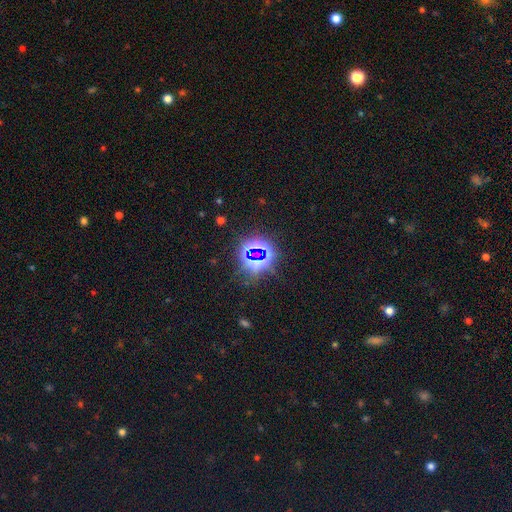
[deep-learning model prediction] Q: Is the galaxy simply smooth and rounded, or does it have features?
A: star or artifact — 79%.